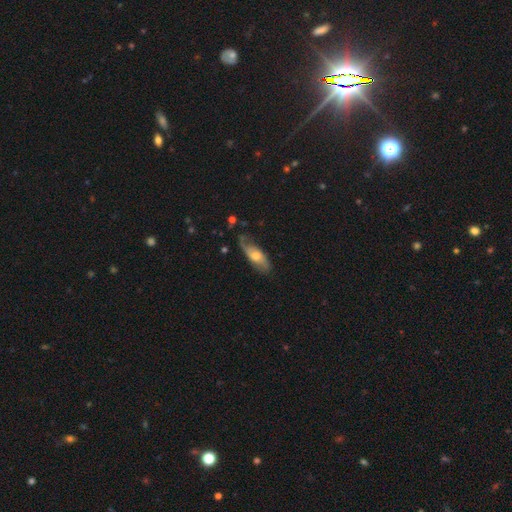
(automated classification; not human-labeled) Smooth or featured?
  - featured or disk: 52% *
  - smooth: 41%
  - star or artifact: 6%
Edge-on disk?
  - no: 76% *
  - yes: 24%
Merging?
  - none: 61% *
  - minor disturbance: 27%
  - major disturbance: 10%
  - merger: 2%